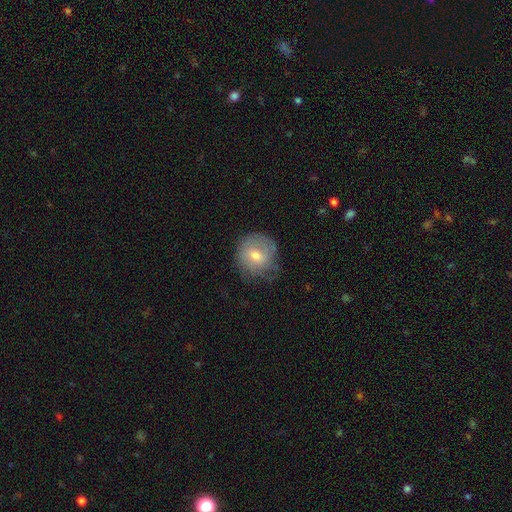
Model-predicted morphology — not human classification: Smooth or featured?
  - smooth: 54% *
  - featured or disk: 36%
  - star or artifact: 9%
How rounded?
  - round: 87% *
  - in between: 12%
  - cigar-shaped: 1%
Merging?
  - none: 63% *
  - minor disturbance: 25%
  - major disturbance: 10%
  - merger: 1%